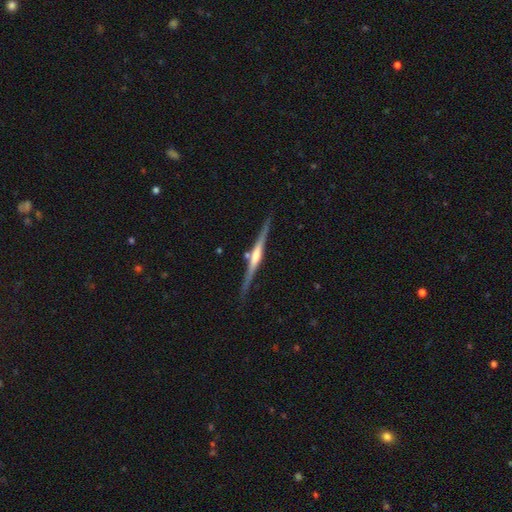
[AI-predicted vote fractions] smooth-or-featured: featured or disk: 76% | smooth: 18% | star or artifact: 5%
  disk-edge-on: yes: 98% | no: 2%
    edge-on-bulge: rounded: 62% | none: 20% | boxy: 18%
  merging: none: 82% | minor disturbance: 11% | merger: 5% | major disturbance: 2%